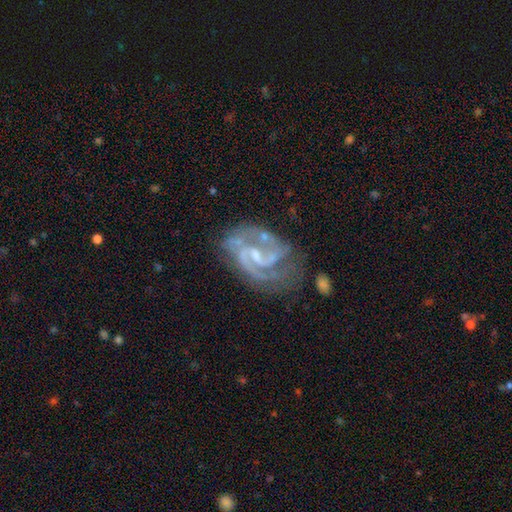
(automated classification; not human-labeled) The model was most divided on "spiral winding": medium: 54%, tight: 33%, loose: 13%. More confident: edge-on disk — no (98%); spiral arms — yes (97%); smooth or featured — featured or disk (89%); spiral arm count — 2 (75%); bulge size — small (59%); merging — none (58%); bar — weak (54%).